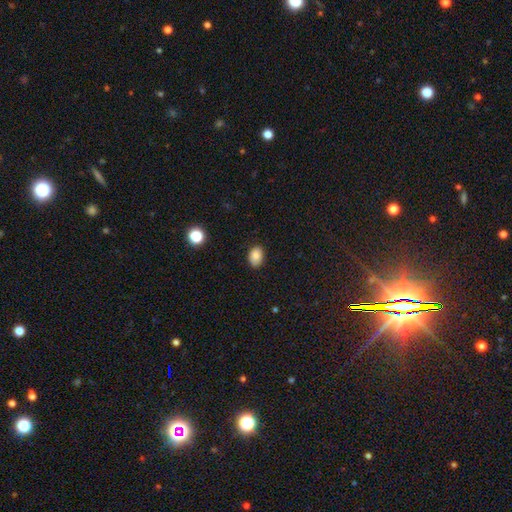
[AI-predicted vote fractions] A smooth galaxy with no disk features (85%) that is in between round and cigar-shaped (81%).

Vote fractions:
- Smooth or featured? smooth: 85% / star or artifact: 9% / featured or disk: 6%
- How rounded? in between: 81% / round: 18% / cigar-shaped: 1%
- Merging? none: 85% / minor disturbance: 11% / major disturbance: 2% / merger: 1%